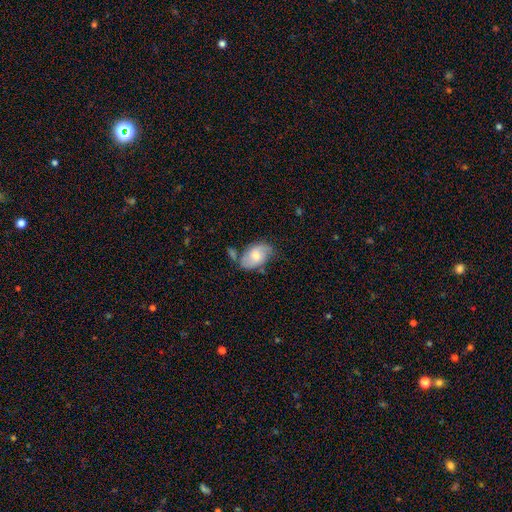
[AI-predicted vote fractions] Smooth or featured? Predicted: smooth (p=0.50). How rounded? Predicted: in between (p=0.88). Merging? Predicted: none (p=0.52).